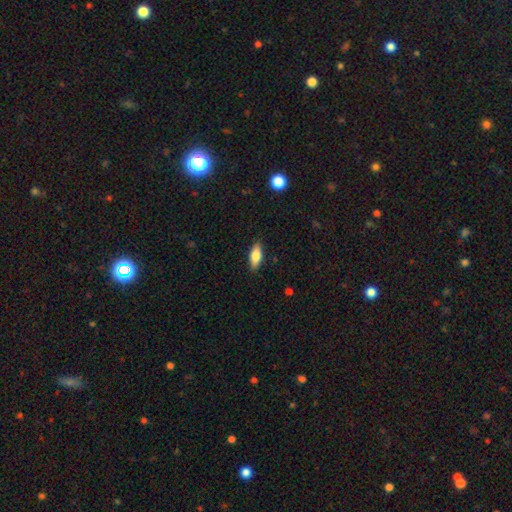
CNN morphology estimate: Smooth or featured? Predicted: smooth (p=0.74). How rounded? Predicted: in between (p=0.77). Merging? Predicted: none (p=0.87).